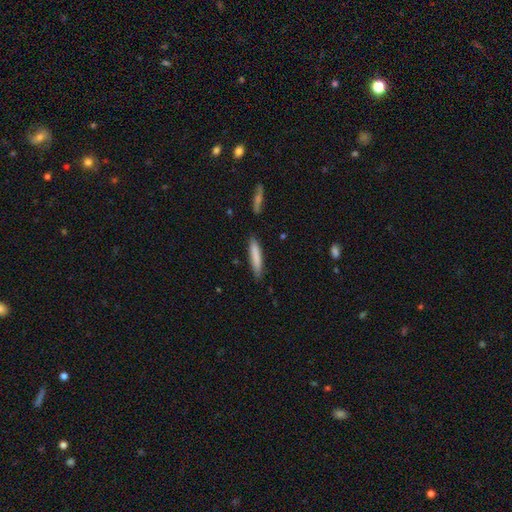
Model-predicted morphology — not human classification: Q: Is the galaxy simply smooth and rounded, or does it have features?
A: smooth — 81%.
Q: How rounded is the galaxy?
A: cigar-shaped — 89%.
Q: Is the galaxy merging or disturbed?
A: none — 84%.